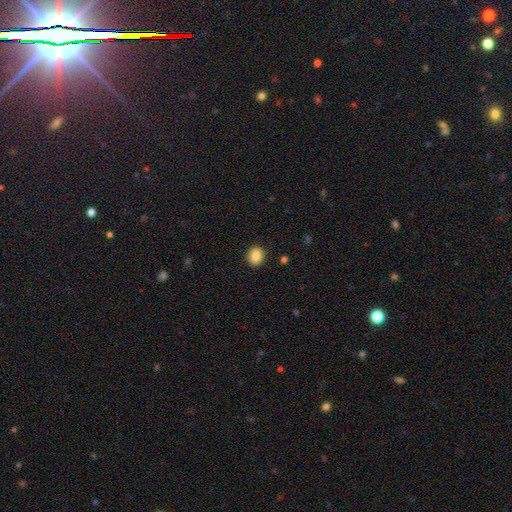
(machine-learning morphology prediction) Smooth or featured: smooth — 86% (star or artifact — 9%)
How rounded: round — 64% (in between — 35%)
Merging: none — 90% (minor disturbance — 7%)